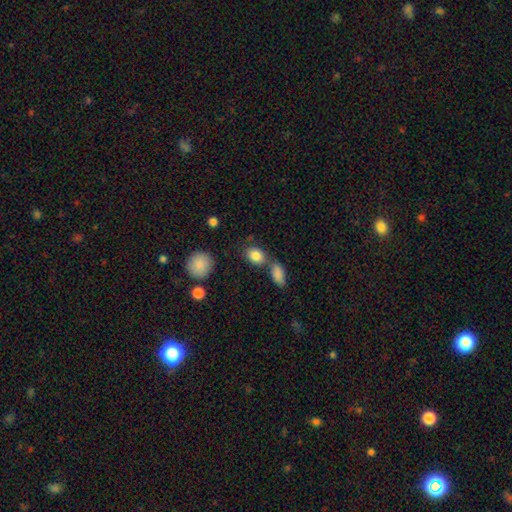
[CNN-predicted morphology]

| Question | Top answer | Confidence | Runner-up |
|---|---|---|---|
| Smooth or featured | smooth | 84% | star or artifact (9%) |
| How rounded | in between | 66% | round (33%) |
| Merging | none | 59% | merger (25%) |